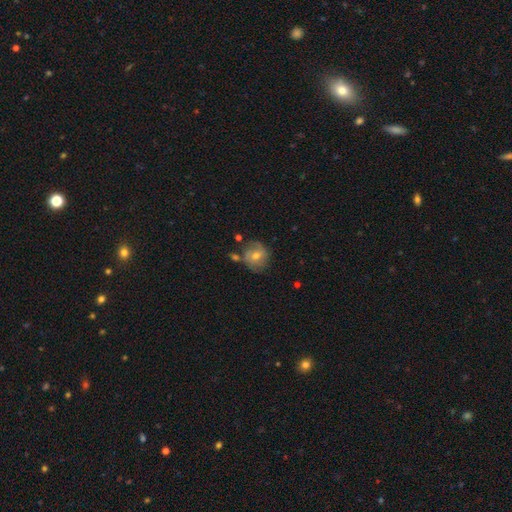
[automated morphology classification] smooth-or-featured: featured or disk: 49% | smooth: 41% | star or artifact: 10%
  merging: none: 68% | minor disturbance: 18% | merger: 8% | major disturbance: 6%